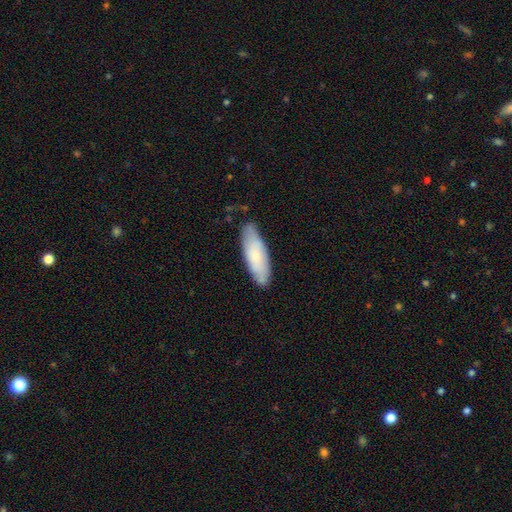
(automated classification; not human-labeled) Overall: smooth (71%). How rounded: in between (52%; cigar-shaped 46%). Merging: none (76%).